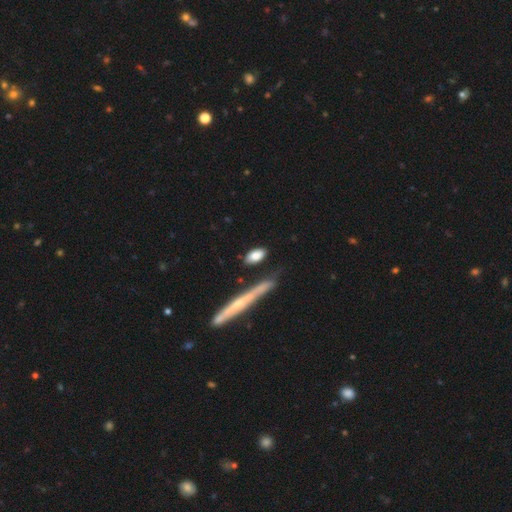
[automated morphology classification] This appears to be a smooth galaxy with no disk features (81%) that is in between round and cigar-shaped (81%). Merging: none (75%).